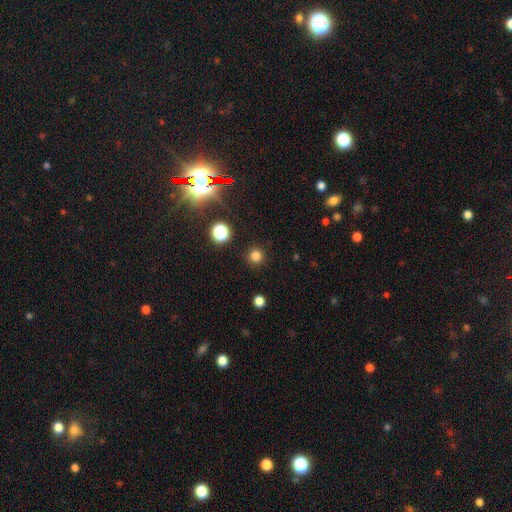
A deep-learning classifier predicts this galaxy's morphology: Overall: smooth (79%). How rounded: round (94%). Merging: none (91%).